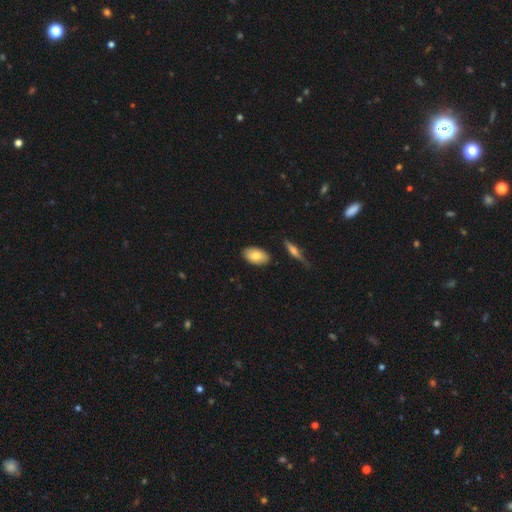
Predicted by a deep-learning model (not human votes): A smooth galaxy with no disk features (77%) that is in between round and cigar-shaped (93%). Merging: none (85%).